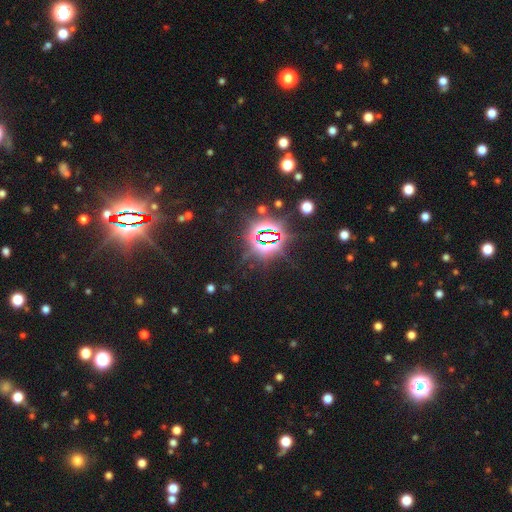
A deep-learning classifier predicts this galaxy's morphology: This is clearly a star or artifact rather than a galaxy (83%).